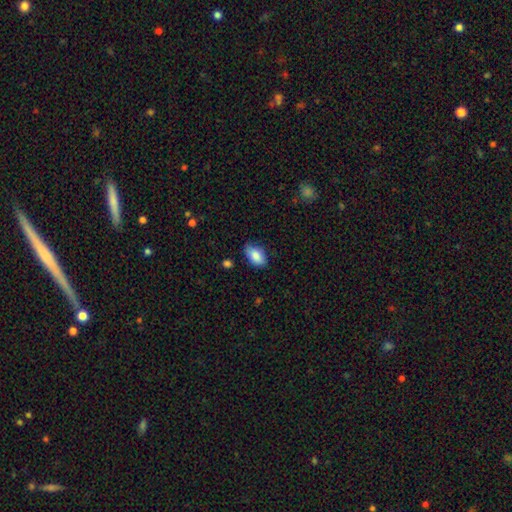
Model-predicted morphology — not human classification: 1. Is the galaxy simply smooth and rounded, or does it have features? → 83% smooth, 10% featured or disk, 7% star or artifact.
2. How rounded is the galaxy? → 92% in between, 6% round, 2% cigar-shaped.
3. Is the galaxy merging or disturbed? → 73% none, 22% minor disturbance, 3% major disturbance, 2% merger.